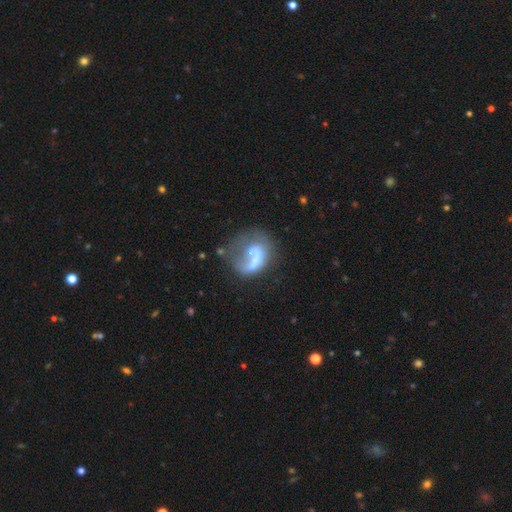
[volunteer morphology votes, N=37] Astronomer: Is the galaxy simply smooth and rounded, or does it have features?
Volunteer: featured or disk — 68%.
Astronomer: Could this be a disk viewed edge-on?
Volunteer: no — 96%.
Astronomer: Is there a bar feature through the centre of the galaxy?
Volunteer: no — 67%.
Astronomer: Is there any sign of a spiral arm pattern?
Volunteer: yes — 71%.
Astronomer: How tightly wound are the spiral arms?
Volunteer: loose — 65%.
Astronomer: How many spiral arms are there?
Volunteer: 1 — 94%.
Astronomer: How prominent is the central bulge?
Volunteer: none — 50% (runner-up: small, 46%).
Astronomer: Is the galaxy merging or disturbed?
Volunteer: major disturbance — 40% (runner-up: none, 37%).